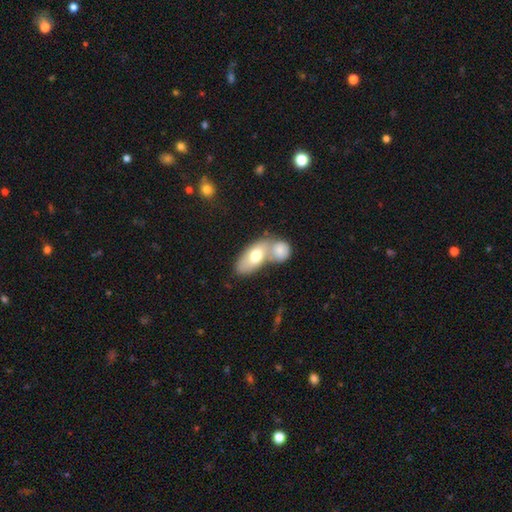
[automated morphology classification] smooth-or-featured: smooth: 68% | featured or disk: 26% | star or artifact: 6%
  how-rounded: in between: 87% | cigar-shaped: 8% | round: 5%
  merging: merger: 58% | none: 29% | minor disturbance: 9% | major disturbance: 4%